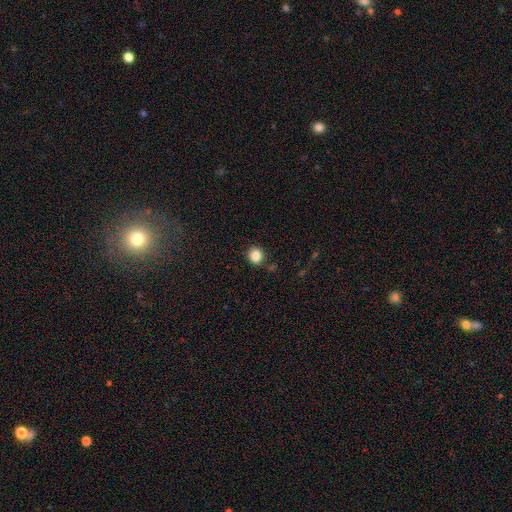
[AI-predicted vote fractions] smooth-or-featured: smooth: 85% | star or artifact: 11% | featured or disk: 4%
  how-rounded: round: 89% | in between: 10% | cigar-shaped: 1%
  merging: none: 86% | minor disturbance: 8% | merger: 3% | major disturbance: 2%